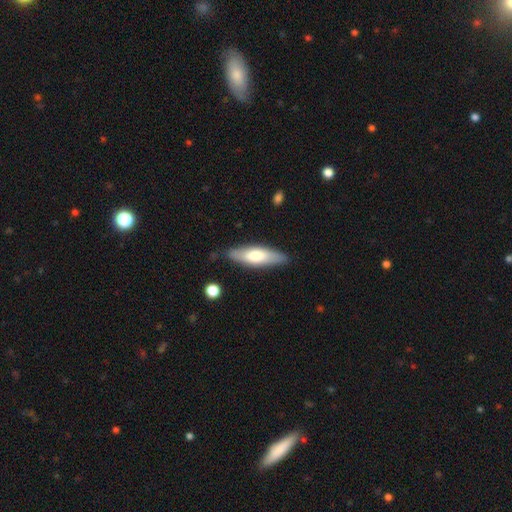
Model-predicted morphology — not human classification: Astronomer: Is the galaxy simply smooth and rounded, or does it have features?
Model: smooth — 61%.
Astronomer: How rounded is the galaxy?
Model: cigar-shaped — 53% (runner-up: in between, 46%).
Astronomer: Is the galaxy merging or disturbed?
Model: none — 84%.